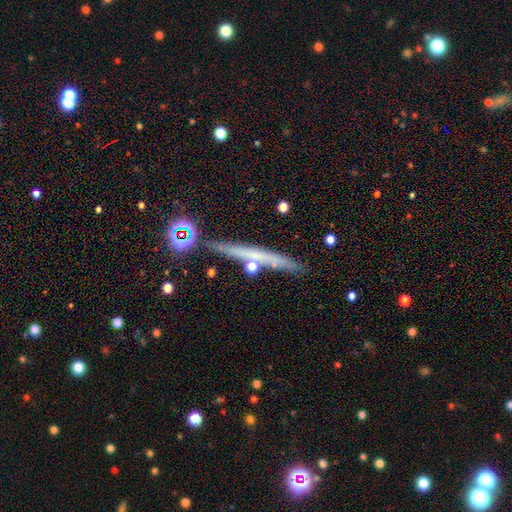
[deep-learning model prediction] Morphology: type=featured or disk (54%); edge-on=yes (93%); edge-on bulge=none (71%); merging=none (82%).